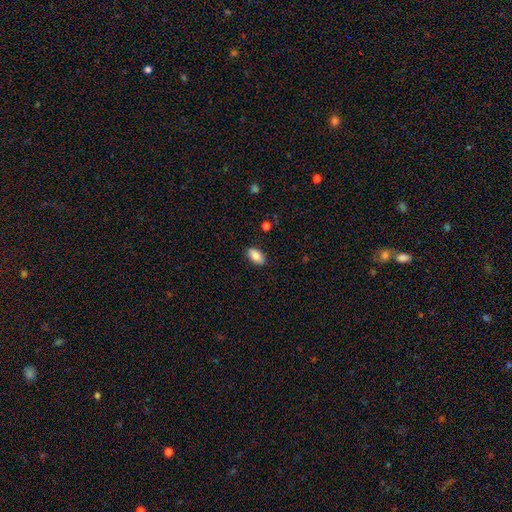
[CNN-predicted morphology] Overall: smooth (85%). How rounded: in between (92%). Merging: none (88%).